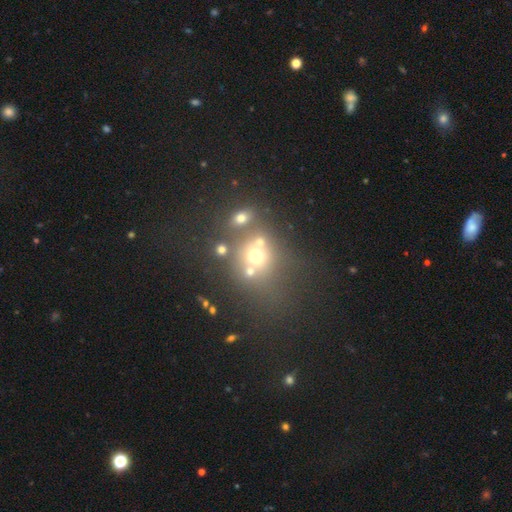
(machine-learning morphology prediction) This appears to be a smooth galaxy with no disk features (58%) that is round (74%). Merging: none (49%).